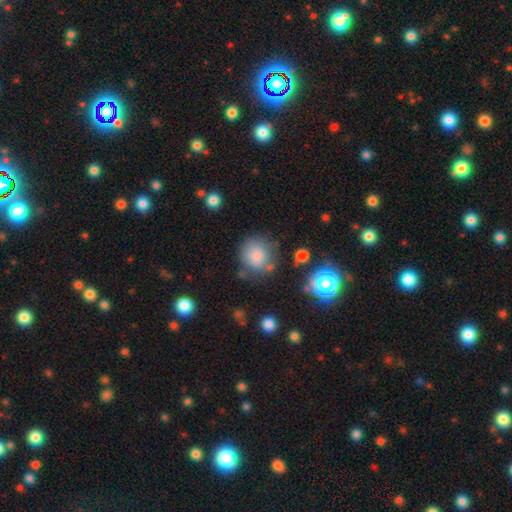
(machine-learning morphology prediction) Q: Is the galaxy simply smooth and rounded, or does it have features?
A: smooth — 80%.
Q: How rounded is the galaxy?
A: round — 85%.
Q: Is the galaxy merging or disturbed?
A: none — 68%.